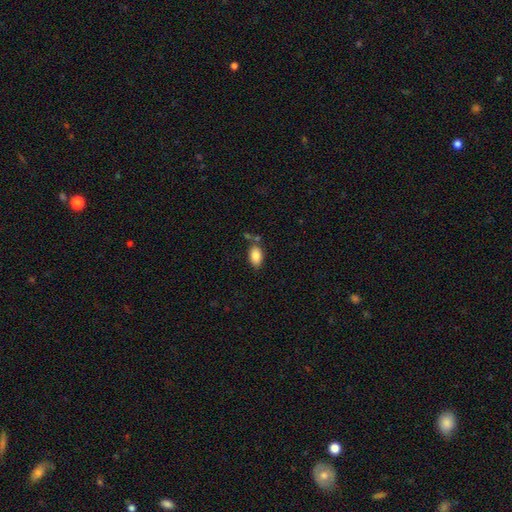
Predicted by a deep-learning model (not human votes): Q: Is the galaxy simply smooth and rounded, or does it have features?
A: smooth — 86%.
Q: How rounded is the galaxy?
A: in between — 91%.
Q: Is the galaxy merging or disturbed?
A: none — 66%.